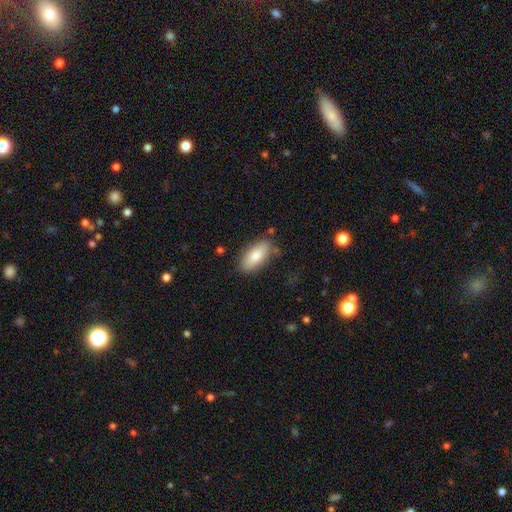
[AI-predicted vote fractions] Smooth or featured?
  - smooth: 81% *
  - featured or disk: 12%
  - star or artifact: 6%
How rounded?
  - in between: 87% *
  - cigar-shaped: 11%
  - round: 2%
Merging?
  - none: 76% *
  - minor disturbance: 17%
  - major disturbance: 4%
  - merger: 3%